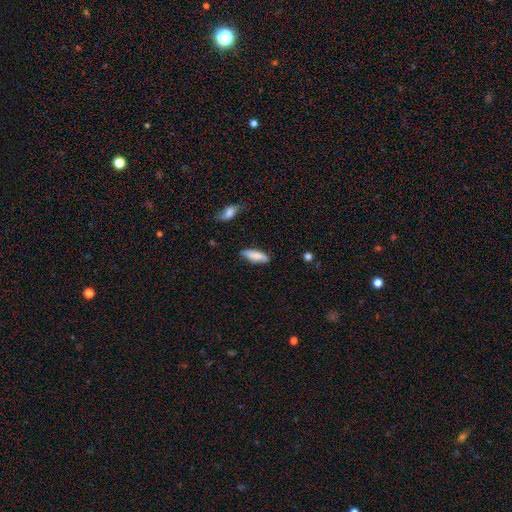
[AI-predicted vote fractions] A smooth galaxy with no disk features (76%) that is cigar-shaped (51%).

Vote fractions:
- Smooth or featured? smooth: 76% / featured or disk: 17% / star or artifact: 6%
- How rounded? cigar-shaped: 51% / in between: 47% / round: 2%
- Merging? none: 76% / minor disturbance: 18% / major disturbance: 3% / merger: 2%